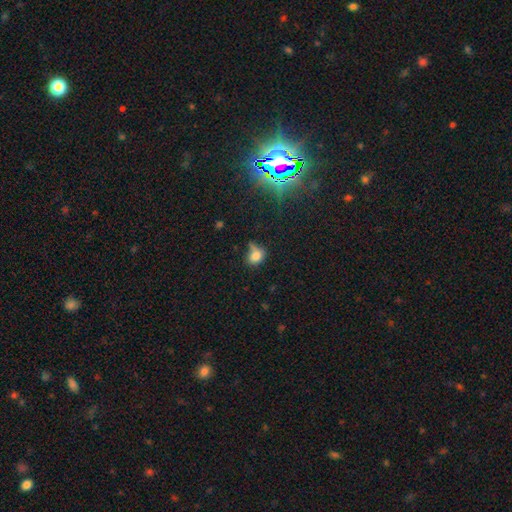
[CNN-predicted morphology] smooth 77%, star or artifact 13%, featured or disk 9%. Down the decision tree: how rounded — in between (50%); merging — none (43%).